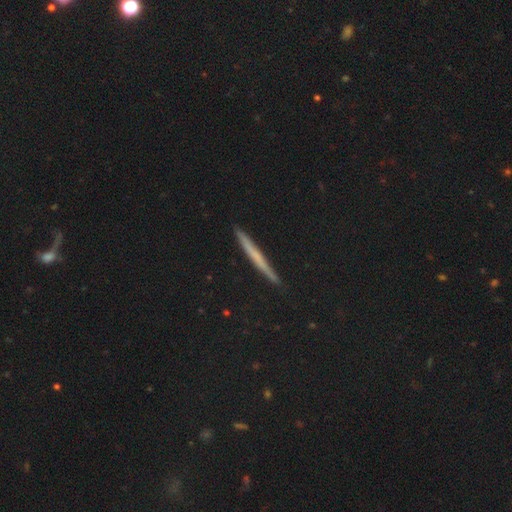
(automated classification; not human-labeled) Morphology: type=smooth (48%); merging=none (91%).